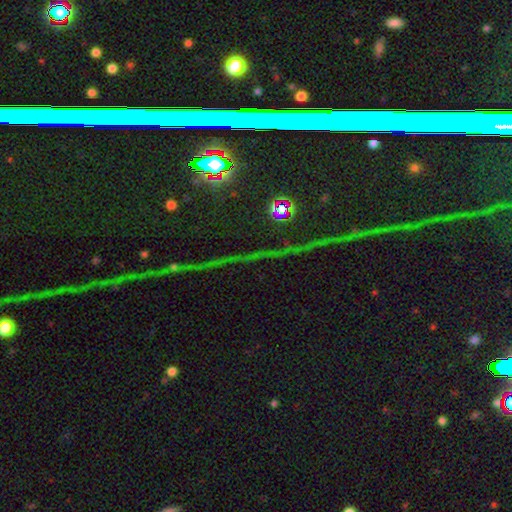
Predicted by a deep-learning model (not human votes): Q: Smooth or featured?
A: star or artifact (77%); runner-up: featured or disk (14%)